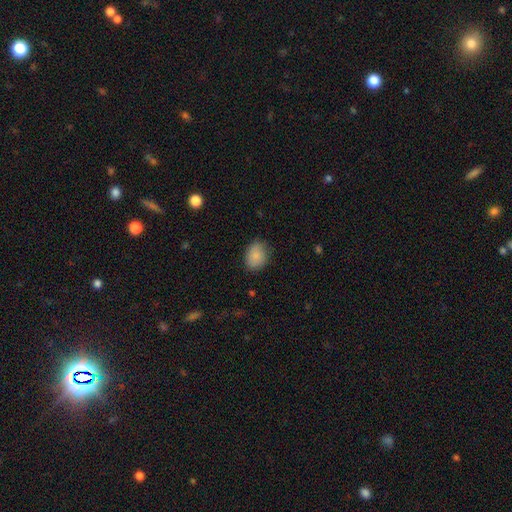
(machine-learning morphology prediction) type=smooth (86%); roundness=in between (63%); merging=none (80%).